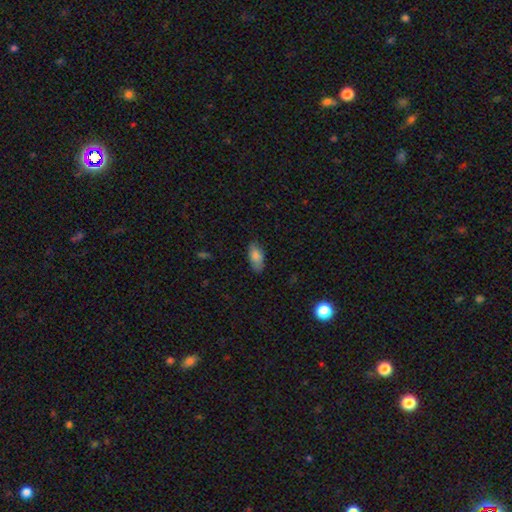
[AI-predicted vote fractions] This is clearly a smooth galaxy (81%). How rounded: clearly in between (89%). Merging: likely none (79%).